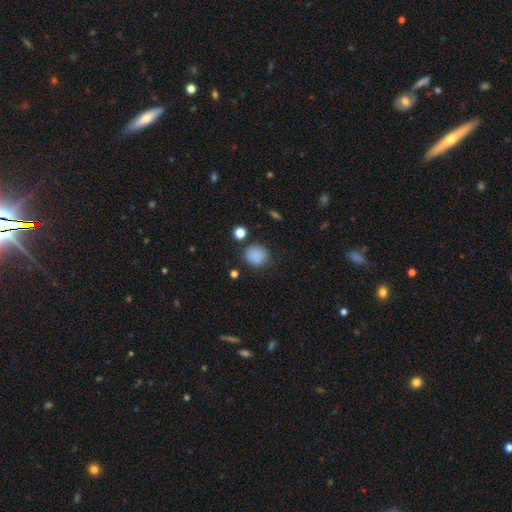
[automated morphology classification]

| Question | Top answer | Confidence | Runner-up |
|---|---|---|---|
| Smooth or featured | smooth | 86% | star or artifact (10%) |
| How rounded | round | 80% | in between (19%) |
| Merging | none | 79% | minor disturbance (14%) |